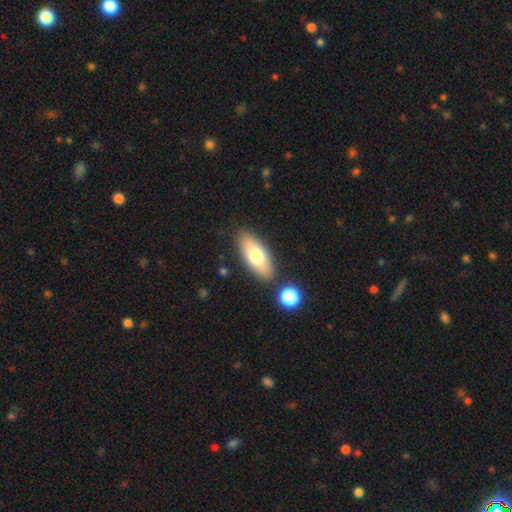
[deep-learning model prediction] A smooth galaxy with no disk features (72%) that is in between round and cigar-shaped (81%). Merging: none (82%).